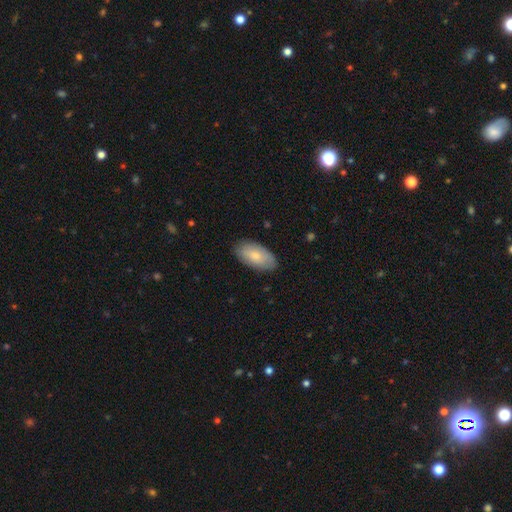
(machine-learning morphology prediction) Smooth or featured?
  - smooth: 80% *
  - featured or disk: 15%
  - star or artifact: 5%
How rounded?
  - in between: 95% *
  - cigar-shaped: 2%
  - round: 2%
Merging?
  - none: 85% *
  - minor disturbance: 12%
  - major disturbance: 2%
  - merger: 1%